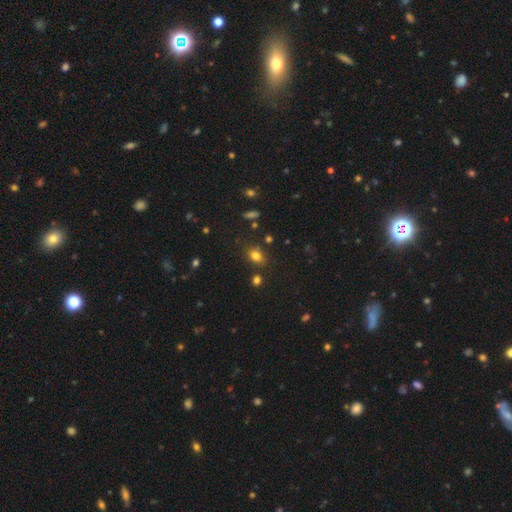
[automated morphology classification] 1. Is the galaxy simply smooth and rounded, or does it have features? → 77% smooth, 15% star or artifact, 8% featured or disk.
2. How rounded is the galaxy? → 62% in between, 36% round, 2% cigar-shaped.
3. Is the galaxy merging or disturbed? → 77% none, 13% minor disturbance, 6% merger, 4% major disturbance.